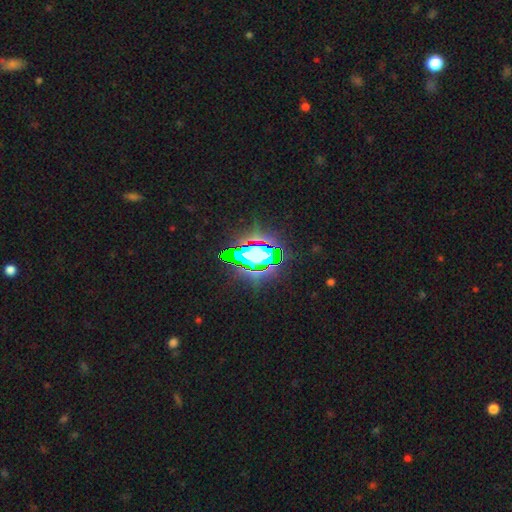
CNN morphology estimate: The model was most divided on "smooth or featured": star or artifact: 69%, smooth: 18%, featured or disk: 13%.